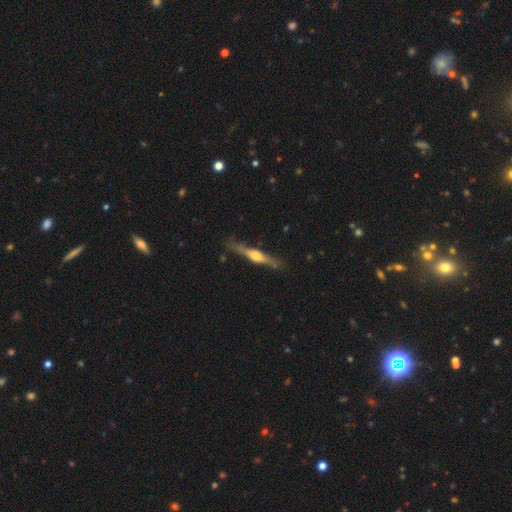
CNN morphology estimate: Smooth or featured?
  - featured or disk: 71% *
  - smooth: 24%
  - star or artifact: 5%
Edge-on disk?
  - yes: 95% *
  - no: 5%
Edge-on bulge?
  - rounded: 89% *
  - boxy: 8%
  - none: 4%
Merging?
  - none: 75% *
  - minor disturbance: 18%
  - major disturbance: 4%
  - merger: 3%